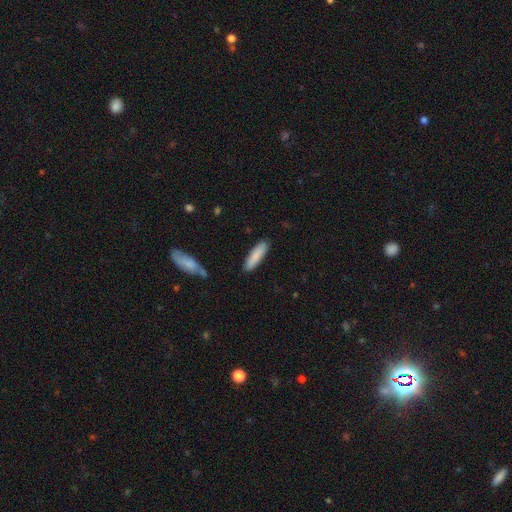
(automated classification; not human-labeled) A smooth galaxy with no disk features (86%) that is cigar-shaped (67%). Merging: none (87%).